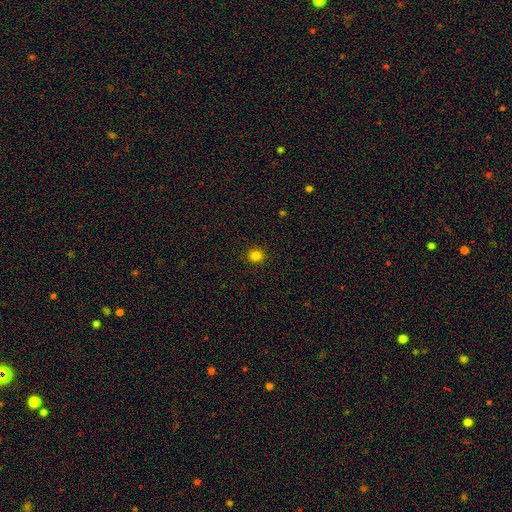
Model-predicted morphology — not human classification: The model was most divided on "smooth or featured": smooth: 83%, star or artifact: 13%, featured or disk: 4%. More confident: merging — none (92%); how rounded — round (91%).